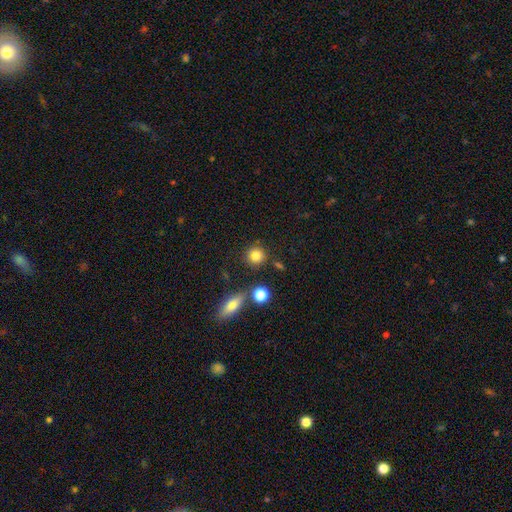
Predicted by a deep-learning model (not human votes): smooth 82%, star or artifact 11%, featured or disk 7%. Down the decision tree: how rounded — round (89%); merging — none (84%).